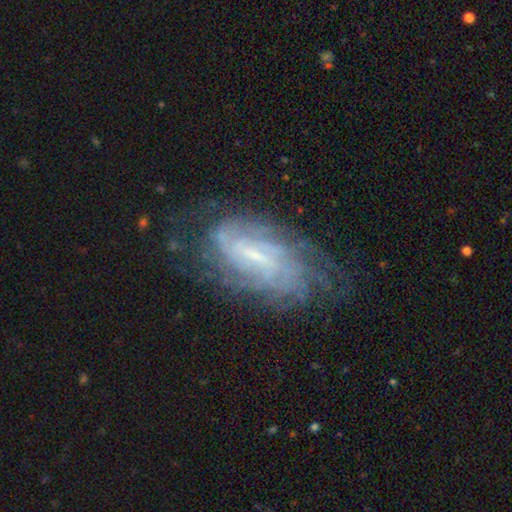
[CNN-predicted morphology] This is likely a featured or disk galaxy (80%). It is clearly not viewed edge-on (93%). Bar: possibly weak (50%). Spiral arm pattern: clearly yes (91%). Spiral arm count: possibly can't tell (52%). Spiral winding: likely tight (63%). Central bulge: likely small (61%). Merging: likely none (69%).